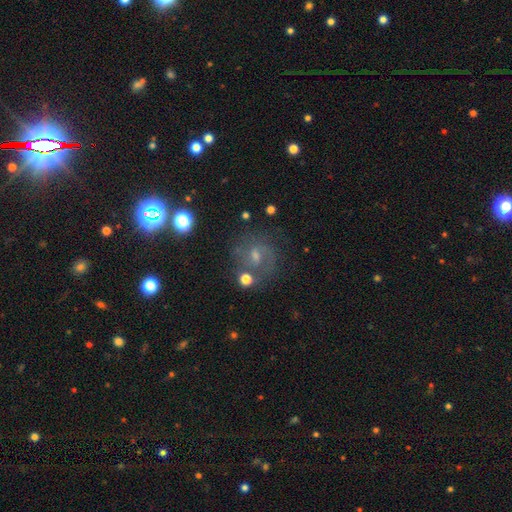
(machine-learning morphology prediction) Smooth or featured? Predicted: featured or disk (p=0.55). Edge-on disk? Predicted: no (p=0.97). Bar? Predicted: weak (p=0.55). Spiral arms? Predicted: yes (p=0.83). Bulge size? Predicted: small (p=0.44). Merging? Predicted: none (p=0.69).